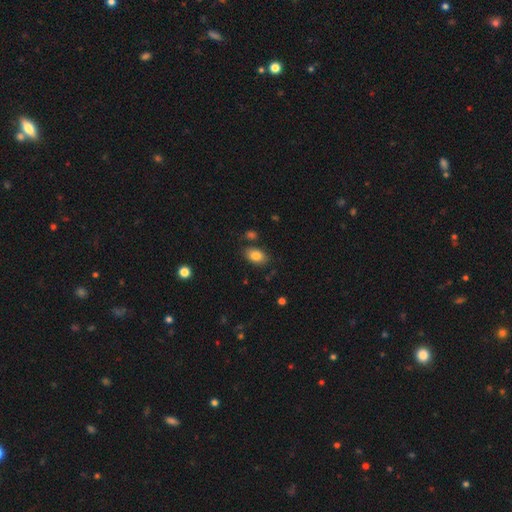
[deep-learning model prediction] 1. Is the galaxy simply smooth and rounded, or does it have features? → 84% smooth, 9% star or artifact, 8% featured or disk.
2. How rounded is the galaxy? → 86% in between, 12% round, 1% cigar-shaped.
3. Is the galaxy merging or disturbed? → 79% none, 12% minor disturbance, 5% merger, 3% major disturbance.